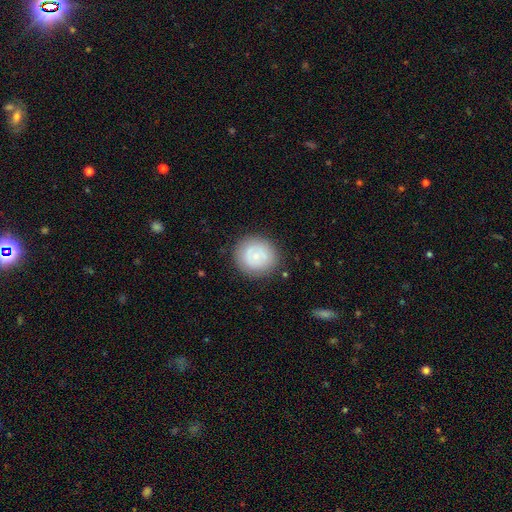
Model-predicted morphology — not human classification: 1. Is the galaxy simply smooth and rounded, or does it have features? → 58% smooth, 34% featured or disk, 8% star or artifact.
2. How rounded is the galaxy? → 90% round, 9% in between, 1% cigar-shaped.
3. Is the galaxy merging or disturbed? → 83% none, 11% minor disturbance, 4% major disturbance, 2% merger.